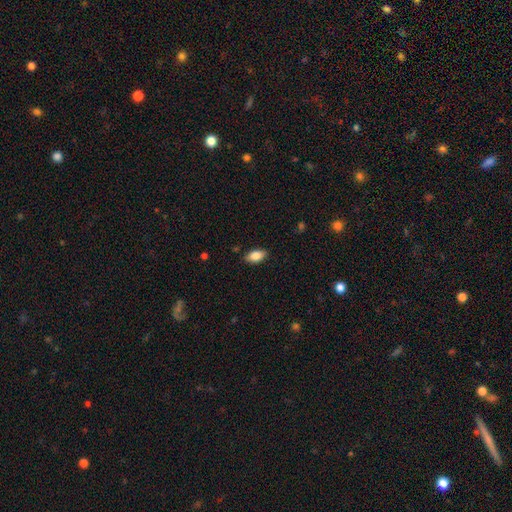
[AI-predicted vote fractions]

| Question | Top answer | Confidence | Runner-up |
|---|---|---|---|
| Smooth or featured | smooth | 85% | featured or disk (8%) |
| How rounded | in between | 91% | cigar-shaped (4%) |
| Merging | none | 86% | minor disturbance (11%) |